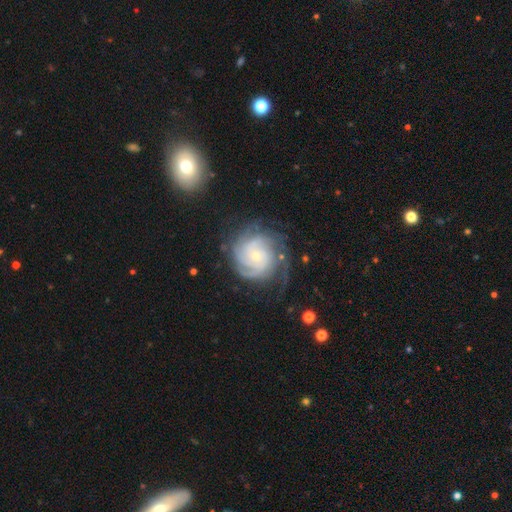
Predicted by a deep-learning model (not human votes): Smooth or featured?
  - featured or disk: 87% *
  - smooth: 7%
  - star or artifact: 6%
Edge-on disk?
  - no: 98% *
  - yes: 2%
Bar?
  - no: 75% *
  - weak: 20%
  - strong: 5%
Spiral arms?
  - yes: 97% *
  - no: 3%
Spiral winding?
  - tight: 69% *
  - medium: 25%
  - loose: 6%
Spiral arm count?
  - 3: 25% *
  - can't tell: 24%
  - 4: 22%
  - 2: 14%
  - more than 4: 9%
  - 1: 6%
Bulge size?
  - small: 74% *
  - moderate: 22%
  - large: 2%
  - none: 2%
  - dominant: 1%
Merging?
  - none: 67% *
  - minor disturbance: 19%
  - major disturbance: 11%
  - merger: 2%